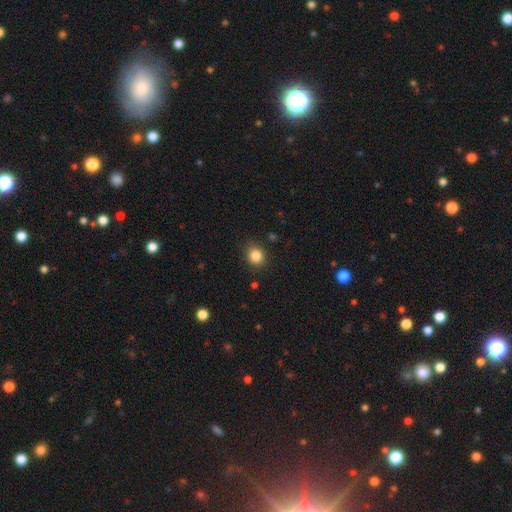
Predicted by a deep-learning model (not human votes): This is clearly a smooth galaxy (84%). How rounded: likely round (74%). Merging: clearly none (86%).